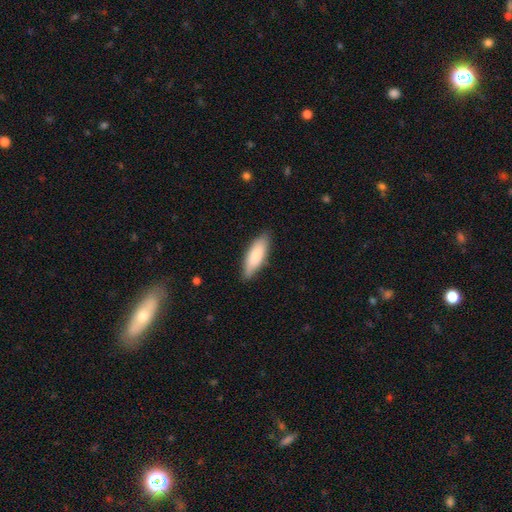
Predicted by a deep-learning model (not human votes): smooth 80%, featured or disk 14%, star or artifact 5%. Down the decision tree: how rounded — in between (59%); merging — none (80%).